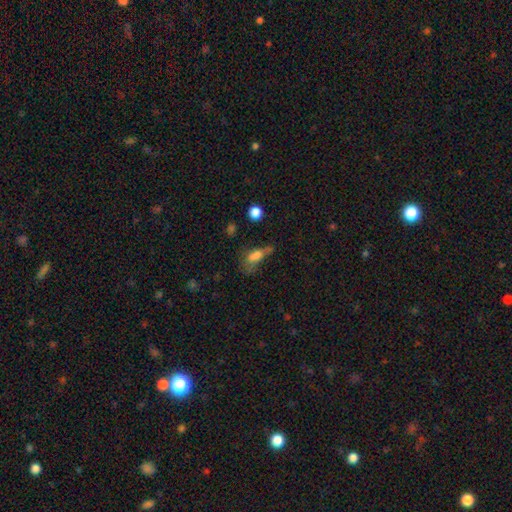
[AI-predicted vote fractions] The model was most divided on "merging": major disturbance: 38%, none: 28%, minor disturbance: 26%, merger: 8%. More confident: how rounded — in between (69%); smooth or featured — smooth (67%).